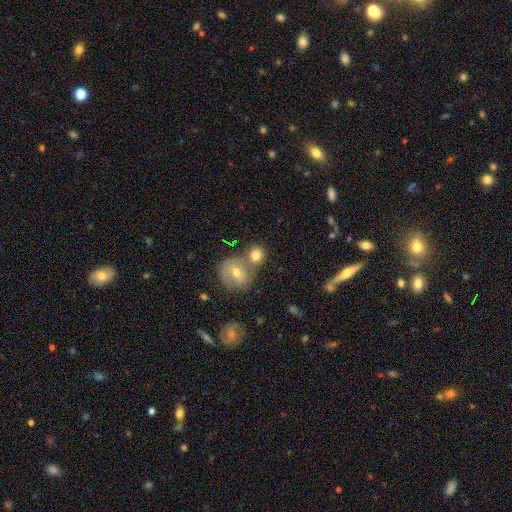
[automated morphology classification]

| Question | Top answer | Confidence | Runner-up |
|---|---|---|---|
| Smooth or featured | smooth | 76% | featured or disk (15%) |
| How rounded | round | 82% | in between (16%) |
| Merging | none | 46% | merger (41%) |